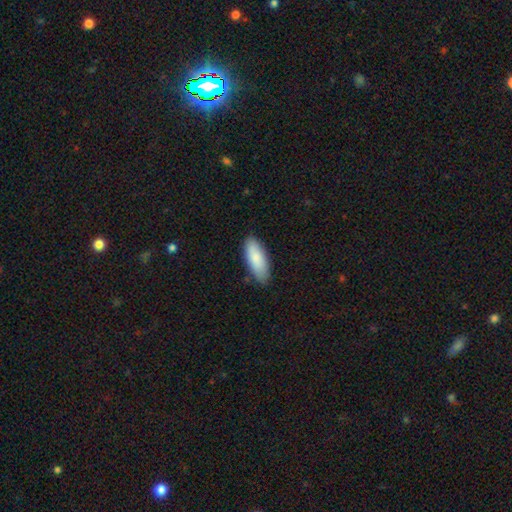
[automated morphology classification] smooth_or_featured: smooth (p=0.84) [alt: featured or disk p=0.10]
how_rounded: in between (p=0.77) [alt: cigar-shaped p=0.21]
merging: none (p=0.83) [alt: minor disturbance p=0.14]